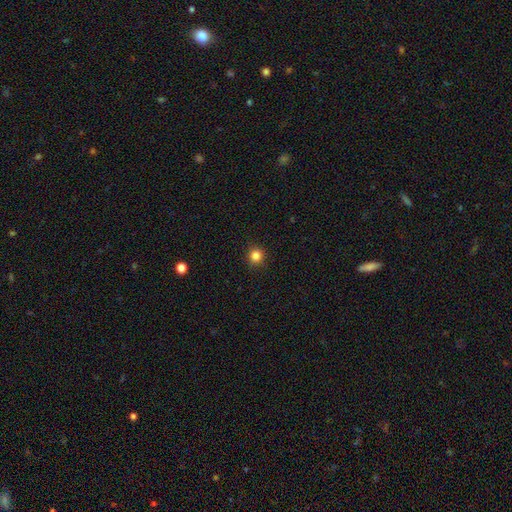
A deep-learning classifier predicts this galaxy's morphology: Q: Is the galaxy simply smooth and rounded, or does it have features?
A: smooth — 84%.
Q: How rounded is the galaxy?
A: round — 93%.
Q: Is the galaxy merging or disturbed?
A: none — 92%.